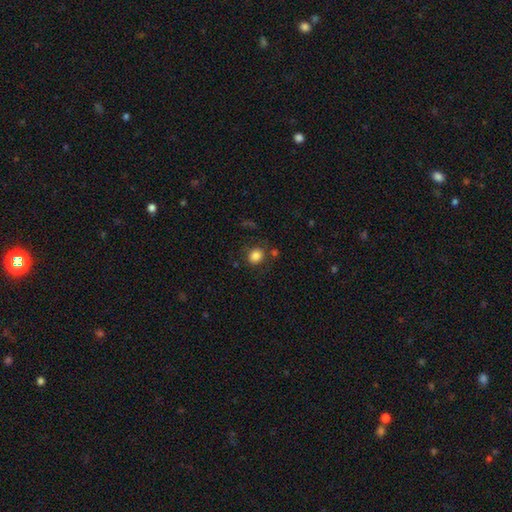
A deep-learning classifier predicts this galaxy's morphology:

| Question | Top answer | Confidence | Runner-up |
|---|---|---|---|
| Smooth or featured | smooth | 84% | star or artifact (10%) |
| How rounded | round | 69% | in between (30%) |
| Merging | none | 77% | minor disturbance (12%) |